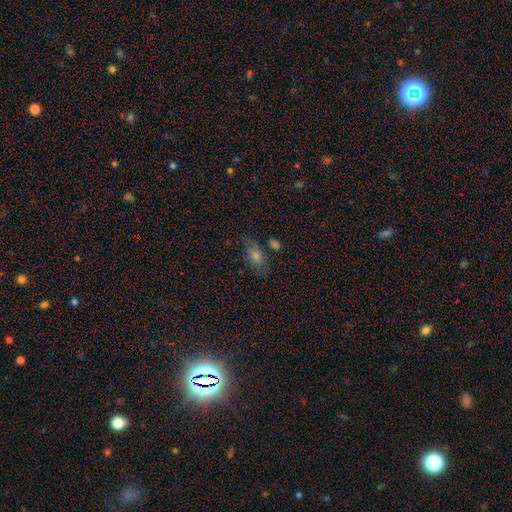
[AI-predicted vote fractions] This appears to be a smooth galaxy with no disk features (47%). Merging: none (66%).